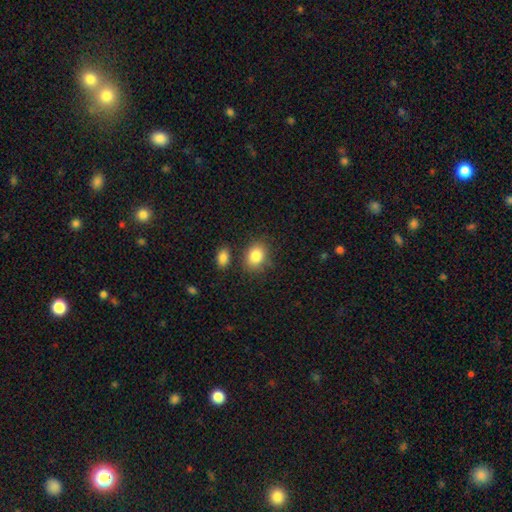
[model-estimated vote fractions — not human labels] smooth 85%, star or artifact 8%, featured or disk 6%. Down the decision tree: how rounded — in between (60%); merging — none (77%).